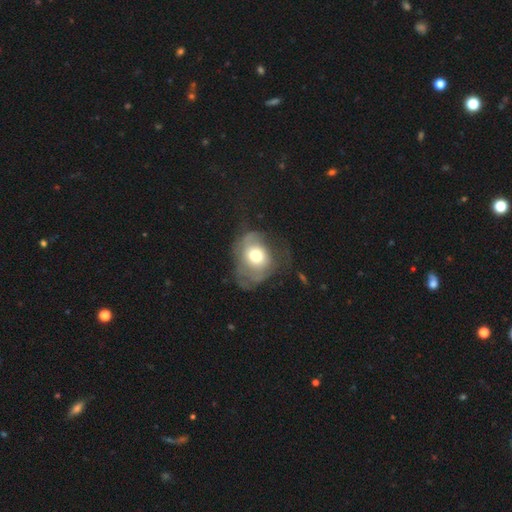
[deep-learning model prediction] Smooth or featured?
  - smooth: 51% *
  - featured or disk: 41%
  - star or artifact: 9%
How rounded?
  - round: 55% *
  - in between: 44%
  - cigar-shaped: 1%
Merging?
  - major disturbance: 36% *
  - none: 35%
  - minor disturbance: 27%
  - merger: 2%